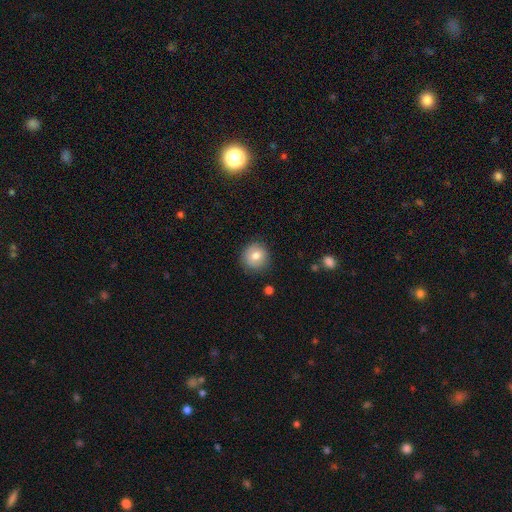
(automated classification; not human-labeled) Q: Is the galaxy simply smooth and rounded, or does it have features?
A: smooth — 79%.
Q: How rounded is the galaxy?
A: round — 91%.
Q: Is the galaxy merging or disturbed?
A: none — 85%.